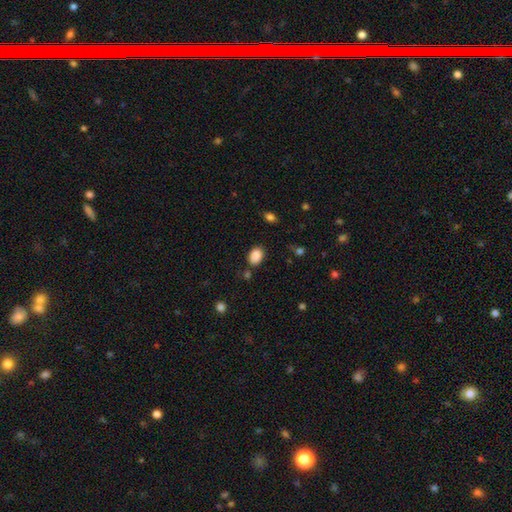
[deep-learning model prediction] smooth-or-featured: smooth: 88% | star or artifact: 9% | featured or disk: 3%
  how-rounded: in between: 77% | round: 22% | cigar-shaped: 1%
  merging: none: 80% | minor disturbance: 13% | major disturbance: 4% | merger: 4%